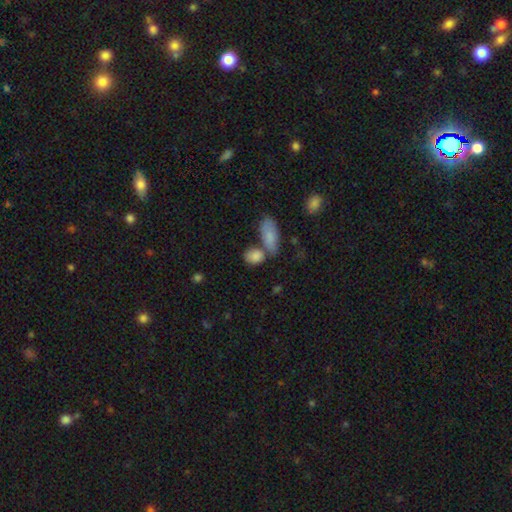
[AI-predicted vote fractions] Q: Smooth or featured?
A: smooth (85%); runner-up: featured or disk (8%)
Q: How rounded?
A: in between (70%); runner-up: round (26%)
Q: Merging?
A: none (48%); runner-up: merger (32%)